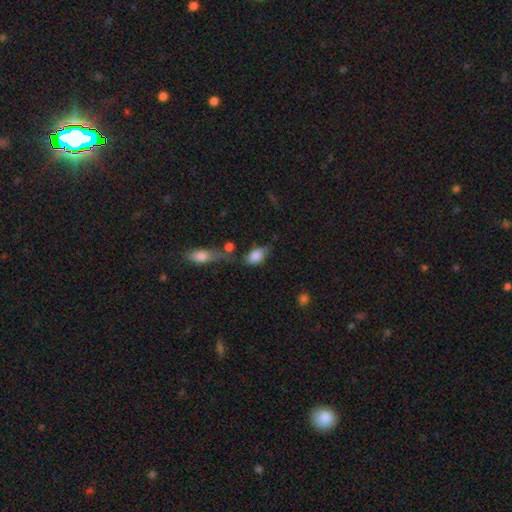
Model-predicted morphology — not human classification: type=smooth (79%); roundness=in between (86%); merging=none (46%).